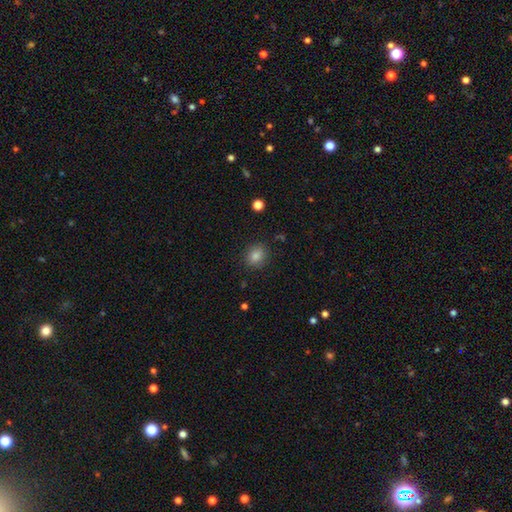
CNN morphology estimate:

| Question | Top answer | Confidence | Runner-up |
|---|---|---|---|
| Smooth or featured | smooth | 82% | star or artifact (13%) |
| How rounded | round | 66% | in between (33%) |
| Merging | none | 88% | minor disturbance (8%) |